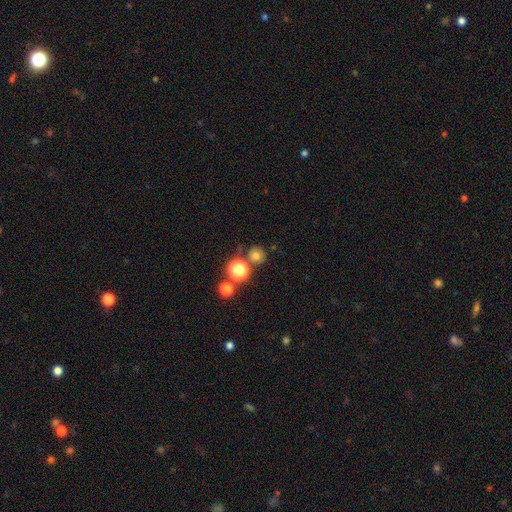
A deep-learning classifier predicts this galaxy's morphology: Q: Smooth or featured?
A: smooth (68%); runner-up: star or artifact (22%)
Q: How rounded?
A: round (89%); runner-up: in between (10%)
Q: Merging?
A: none (73%); runner-up: minor disturbance (11%)